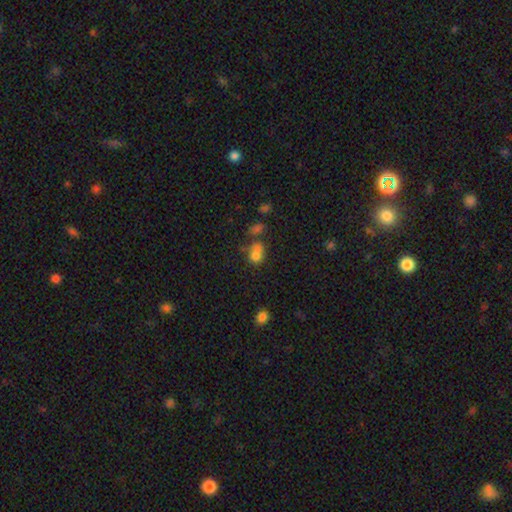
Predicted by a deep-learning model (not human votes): Smooth or featured? Predicted: smooth (p=0.71). How rounded? Predicted: round (p=0.58). Merging? Predicted: merger (p=0.50).